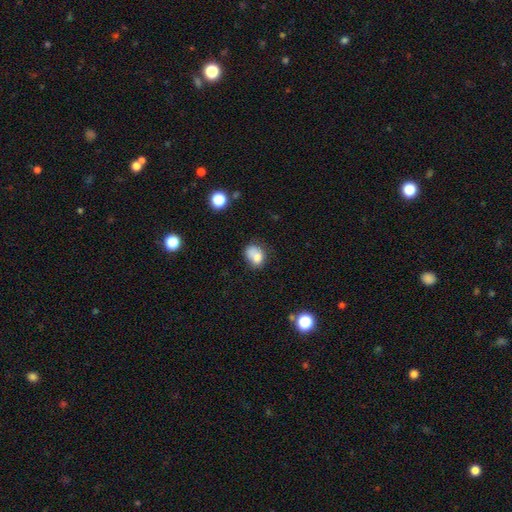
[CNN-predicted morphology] Smooth or featured? Predicted: smooth (p=0.75). How rounded? Predicted: in between (p=0.54). Merging? Predicted: none (p=0.38).